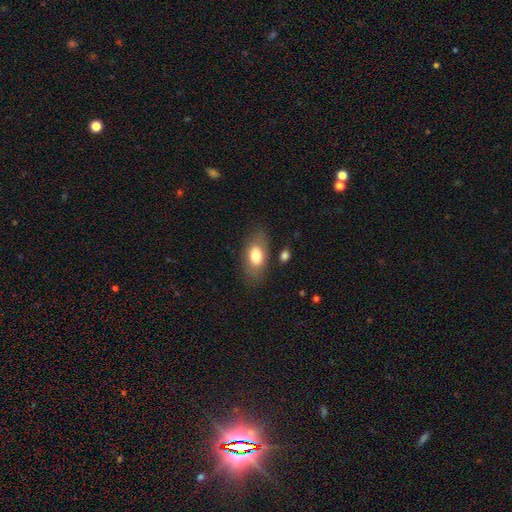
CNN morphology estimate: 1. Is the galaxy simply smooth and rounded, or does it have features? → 75% smooth, 17% featured or disk, 7% star or artifact.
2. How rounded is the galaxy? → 88% in between, 7% round, 5% cigar-shaped.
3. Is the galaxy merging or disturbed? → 76% none, 15% minor disturbance, 6% major disturbance, 4% merger.